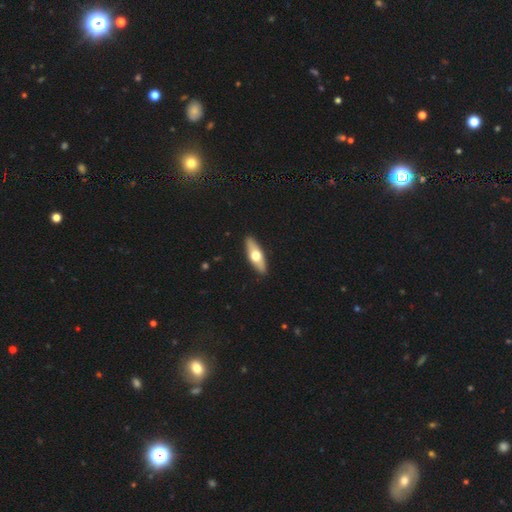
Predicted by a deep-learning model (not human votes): Smooth or featured? smooth (49%)
Merging? none (91%)